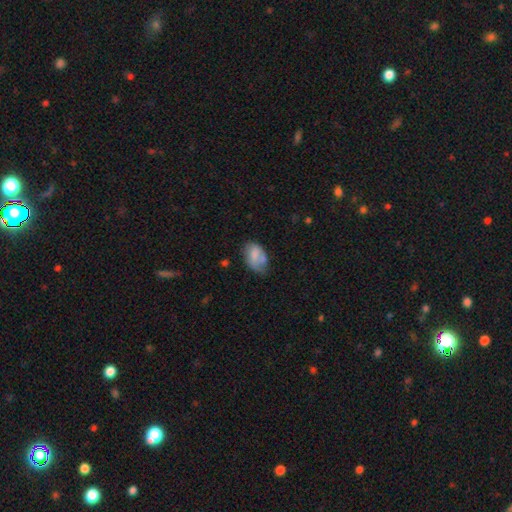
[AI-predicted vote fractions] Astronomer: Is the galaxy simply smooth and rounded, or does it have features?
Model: smooth — 69%.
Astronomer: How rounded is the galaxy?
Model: in between — 88%.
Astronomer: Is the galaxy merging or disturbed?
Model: none — 38% (runner-up: minor disturbance, 36%).